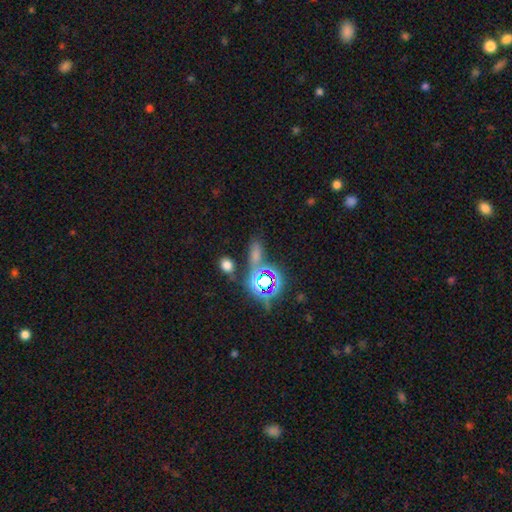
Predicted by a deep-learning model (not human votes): This is possibly a smooth galaxy (45%, tied with star or artifact). Merging: likely none (64%).